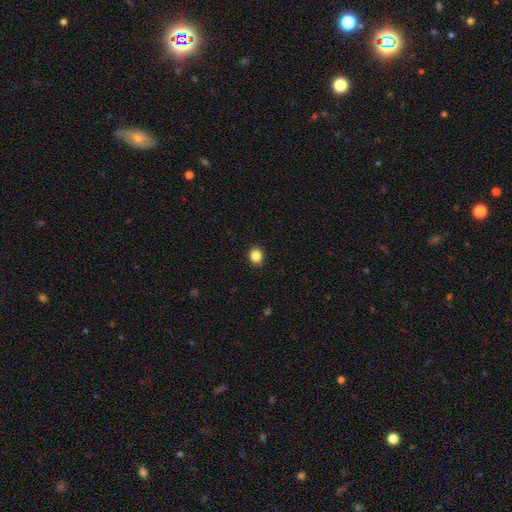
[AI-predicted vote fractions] Morphology: type=smooth (86%); roundness=round (74%); merging=none (91%).